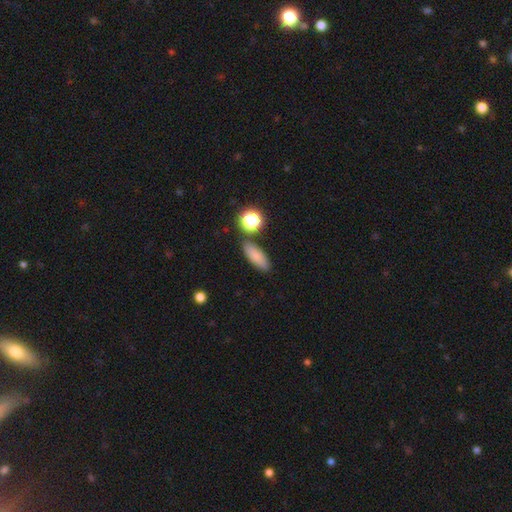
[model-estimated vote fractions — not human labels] The model was most divided on "how rounded": in between: 64%, cigar-shaped: 30%, round: 7%. More confident: smooth or featured — smooth (81%); merging — none (80%).